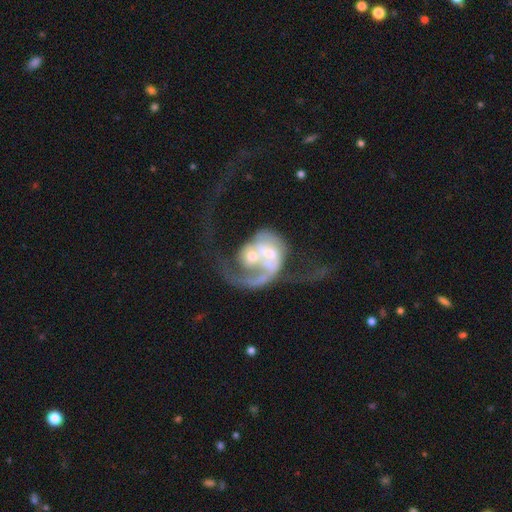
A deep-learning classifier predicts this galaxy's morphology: smooth_or_featured: featured or disk (p=0.78) [alt: smooth p=0.15]
disk_edge_on: no (p=0.97) [alt: yes p=0.03]
bar: no (p=0.65) [alt: weak p=0.27]
has_spiral_arms: yes (p=0.74) [alt: no p=0.26]
spiral_winding: loose (p=0.64) [alt: medium p=0.25]
spiral_arm_count: 1 (p=0.45) [alt: 2 p=0.36]
bulge_size: moderate (p=0.49) [alt: small p=0.29]
merging: merger (p=0.67) [alt: major disturbance p=0.21]